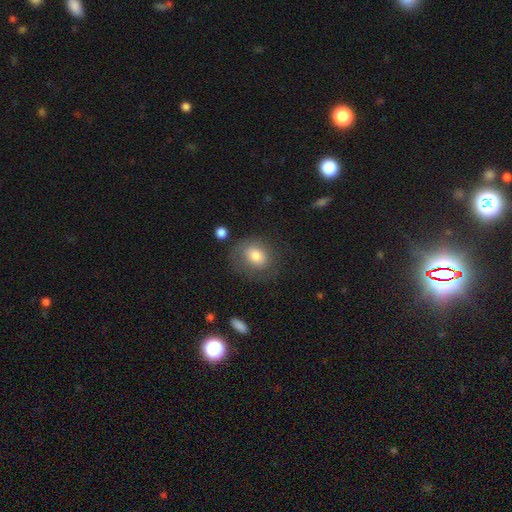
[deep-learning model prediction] smooth 73%, featured or disk 19%, star or artifact 9%. Down the decision tree: how rounded — round (57%); merging — none (63%).